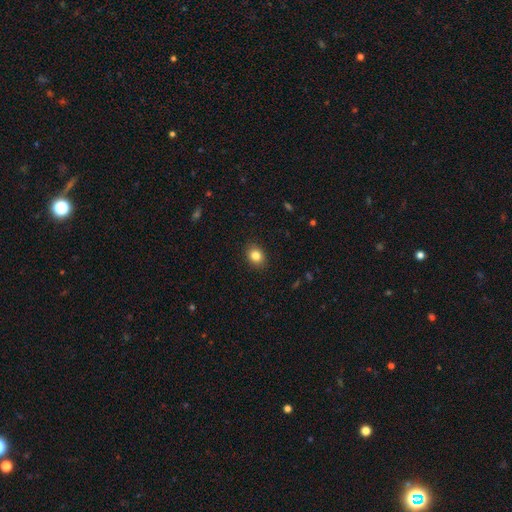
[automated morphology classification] This is clearly a smooth galaxy (83%). How rounded: possibly round (54%). Merging: clearly none (90%).